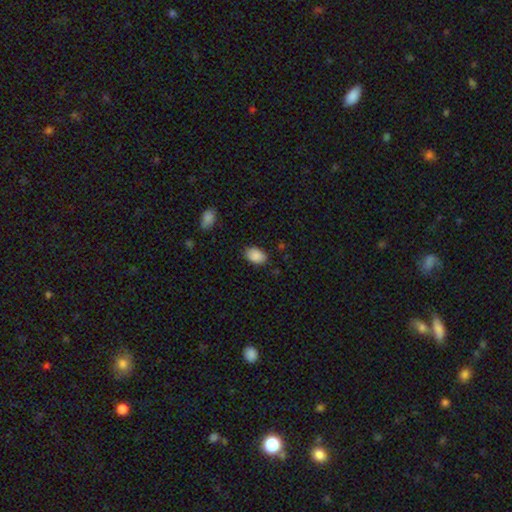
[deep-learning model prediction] Morphology: type=smooth (89%); roundness=in between (88%); merging=none (82%).